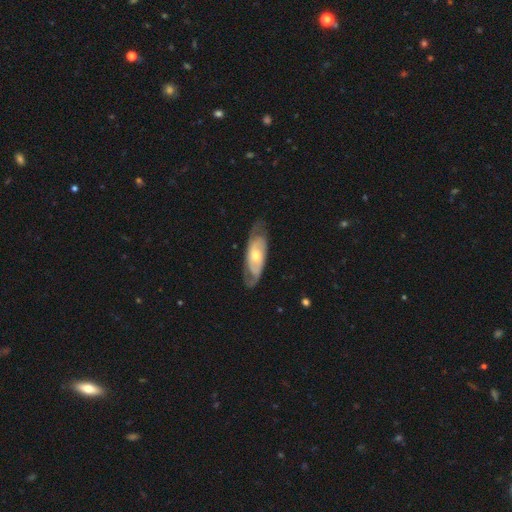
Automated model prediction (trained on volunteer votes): Q: Smooth or featured?
A: featured or disk (67%); runner-up: smooth (28%)
Q: Edge-on disk?
A: no (83%); runner-up: yes (17%)
Q: Bar?
A: no (69%); runner-up: weak (25%)
Q: Spiral arms?
A: yes (76%); runner-up: no (24%)
Q: Bulge size?
A: moderate (63%); runner-up: small (30%)
Q: Merging?
A: none (66%); runner-up: minor disturbance (23%)